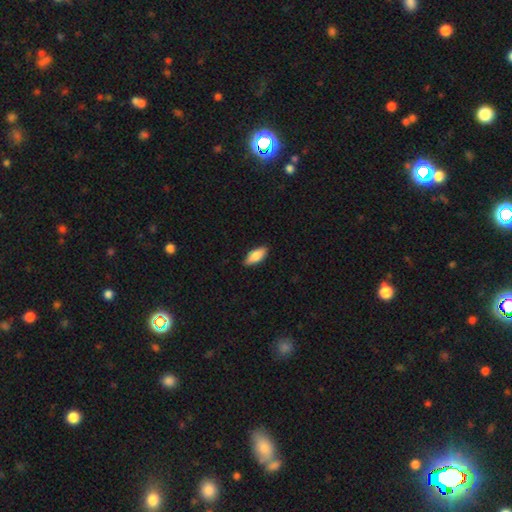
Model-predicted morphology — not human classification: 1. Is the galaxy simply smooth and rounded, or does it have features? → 81% smooth, 13% featured or disk, 6% star or artifact.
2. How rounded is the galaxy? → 78% in between, 20% cigar-shaped, 2% round.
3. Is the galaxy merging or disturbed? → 87% none, 10% minor disturbance, 2% major disturbance, 1% merger.